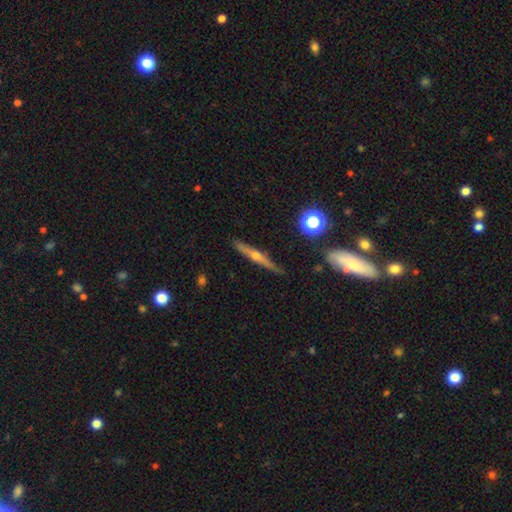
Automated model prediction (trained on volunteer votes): featured or disk 72%, smooth 20%, star or artifact 8%. Down the decision tree: edge-on disk — yes (97%); edge-on bulge — rounded (90%); merging — none (87%).